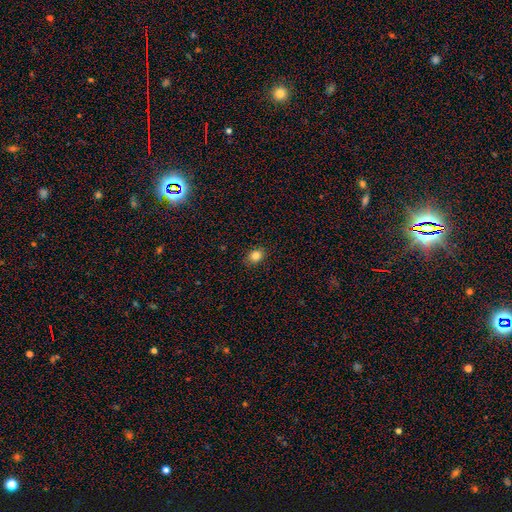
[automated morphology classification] Q: Smooth or featured?
A: smooth (83%); runner-up: star or artifact (11%)
Q: How rounded?
A: round (51%); runner-up: in between (48%)
Q: Merging?
A: none (88%); runner-up: minor disturbance (9%)